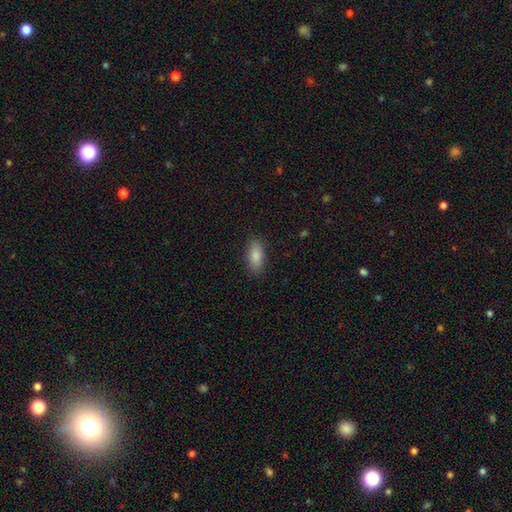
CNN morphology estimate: This appears to be a smooth galaxy with no disk features (86%) that is in between round and cigar-shaped (85%). Merging: none (88%).